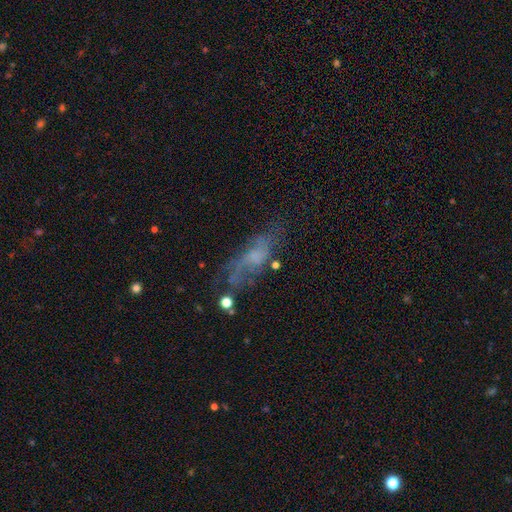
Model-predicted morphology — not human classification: Overall: featured or disk (54%; smooth 34%). Edge-on disk: no (82%). Merging: none (50%; minor disturbance 23%).